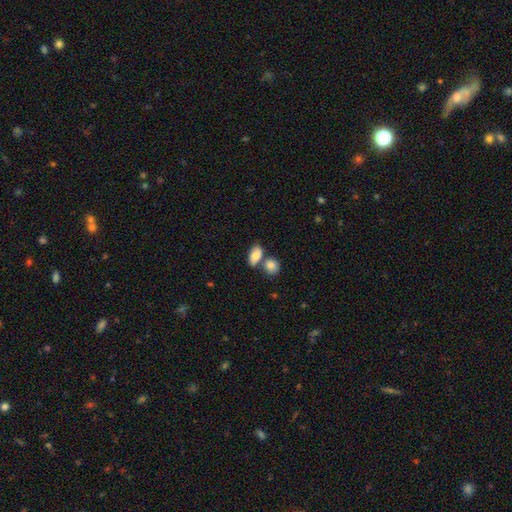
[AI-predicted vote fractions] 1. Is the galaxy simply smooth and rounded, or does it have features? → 82% smooth, 11% featured or disk, 7% star or artifact.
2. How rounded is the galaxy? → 87% in between, 9% round, 3% cigar-shaped.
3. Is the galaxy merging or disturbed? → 45% none, 37% merger, 14% minor disturbance, 5% major disturbance.